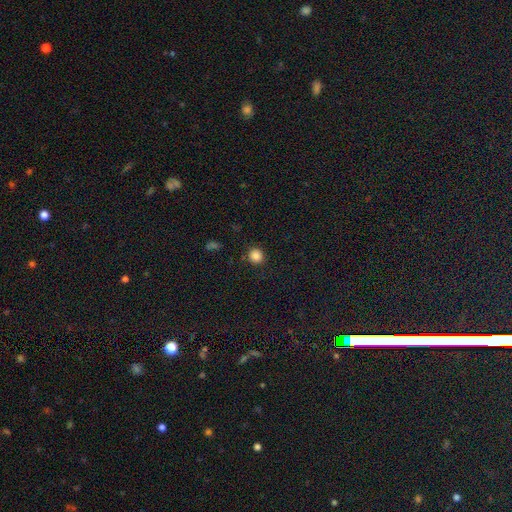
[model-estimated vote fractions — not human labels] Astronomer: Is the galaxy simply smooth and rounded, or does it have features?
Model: smooth — 84%.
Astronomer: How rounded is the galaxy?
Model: round — 90%.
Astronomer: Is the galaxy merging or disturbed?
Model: none — 89%.